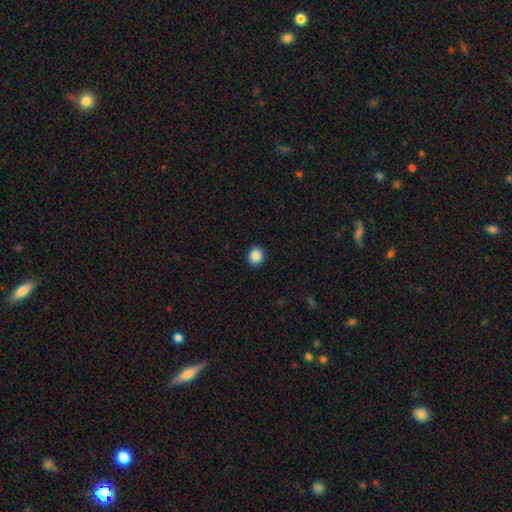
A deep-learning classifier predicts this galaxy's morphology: Smooth or featured? Predicted: smooth (p=0.88). How rounded? Predicted: round (p=0.82). Merging? Predicted: none (p=0.92).